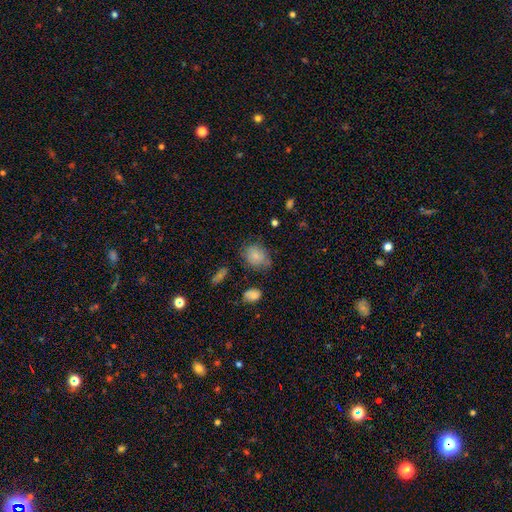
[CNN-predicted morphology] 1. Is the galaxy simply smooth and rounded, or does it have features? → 78% smooth, 12% featured or disk, 10% star or artifact.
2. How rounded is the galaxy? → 53% round, 46% in between, 1% cigar-shaped.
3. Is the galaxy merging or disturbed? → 65% none, 24% minor disturbance, 7% major disturbance, 4% merger.